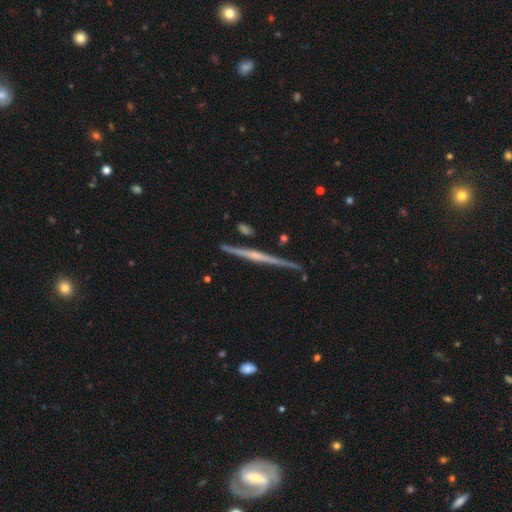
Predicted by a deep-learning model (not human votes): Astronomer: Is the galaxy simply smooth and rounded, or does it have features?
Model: featured or disk — 77%.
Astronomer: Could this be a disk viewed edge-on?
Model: yes — 98%.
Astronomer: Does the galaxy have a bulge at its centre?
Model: none — 44% (runner-up: rounded, 43%).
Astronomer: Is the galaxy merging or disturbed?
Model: none — 88%.